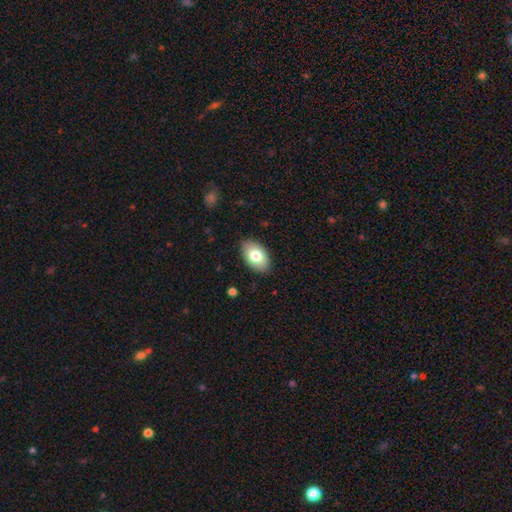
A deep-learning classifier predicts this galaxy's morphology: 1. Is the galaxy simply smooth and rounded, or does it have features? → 77% smooth, 16% featured or disk, 7% star or artifact.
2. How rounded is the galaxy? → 93% in between, 6% round, 1% cigar-shaped.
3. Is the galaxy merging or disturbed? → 86% none, 11% minor disturbance, 2% major disturbance, 1% merger.